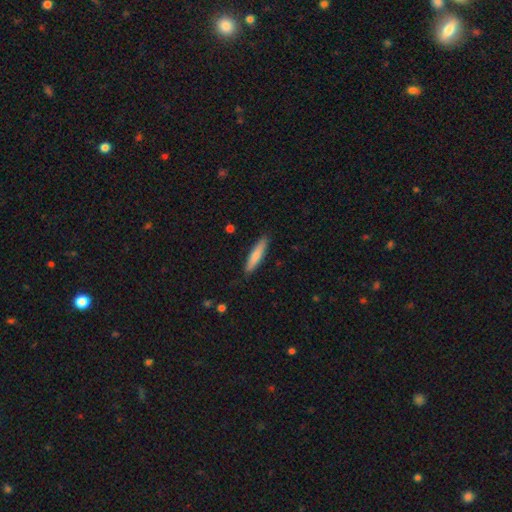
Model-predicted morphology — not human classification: smooth_or_featured: smooth (p=0.75) [alt: featured or disk p=0.19]
how_rounded: cigar-shaped (p=0.86) [alt: in between p=0.13]
merging: none (p=0.87) [alt: minor disturbance p=0.10]